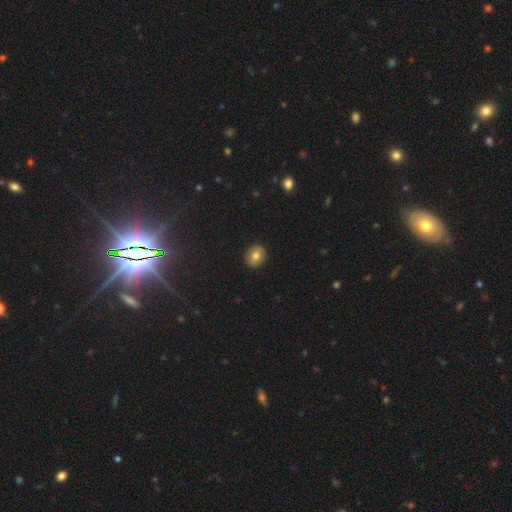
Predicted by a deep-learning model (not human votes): Smooth or featured: smooth — 76% (featured or disk — 14%)
How rounded: round — 72% (in between — 27%)
Merging: none — 90% (minor disturbance — 7%)